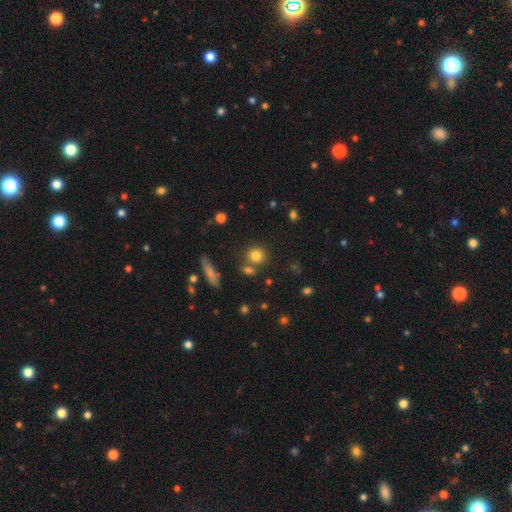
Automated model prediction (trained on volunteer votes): Smooth or featured? Predicted: smooth (p=0.80). How rounded? Predicted: round (p=0.81). Merging? Predicted: none (p=0.71).